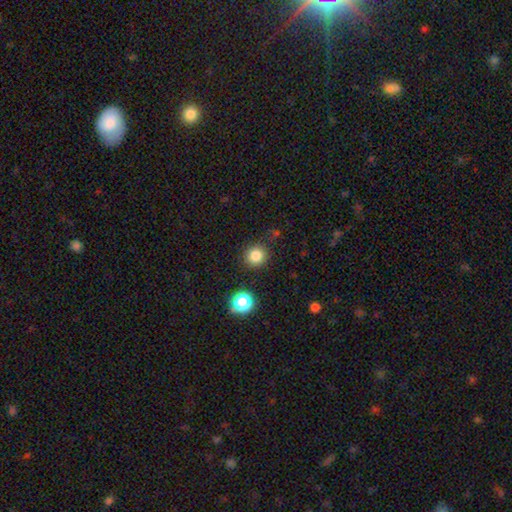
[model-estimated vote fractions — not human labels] Smooth or featured? smooth (82%)
How rounded? round (91%)
Merging? none (85%)